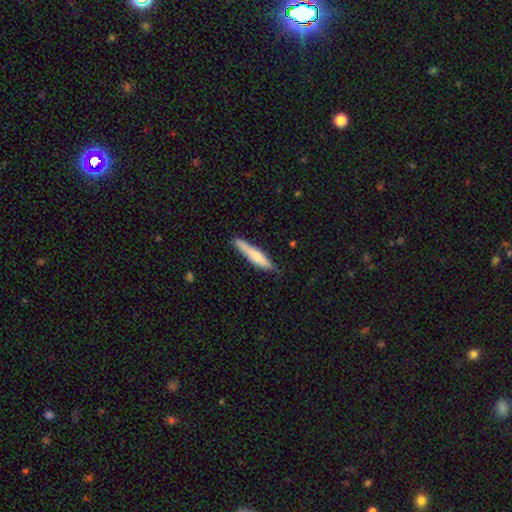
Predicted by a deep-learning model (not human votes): Smooth or featured? smooth (69%)
How rounded? cigar-shaped (88%)
Merging? none (76%)